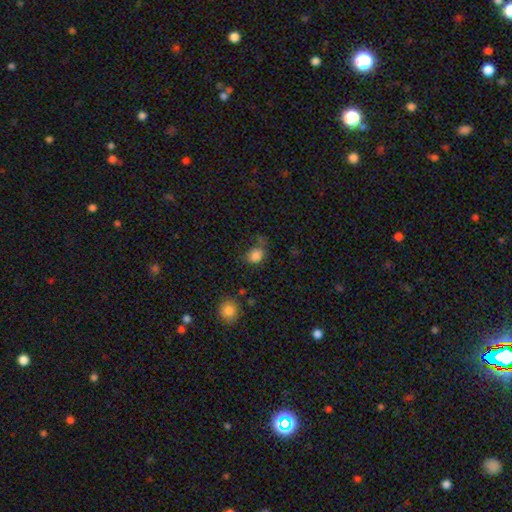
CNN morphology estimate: type=smooth (82%); roundness=in between (51%); merging=none (51%).